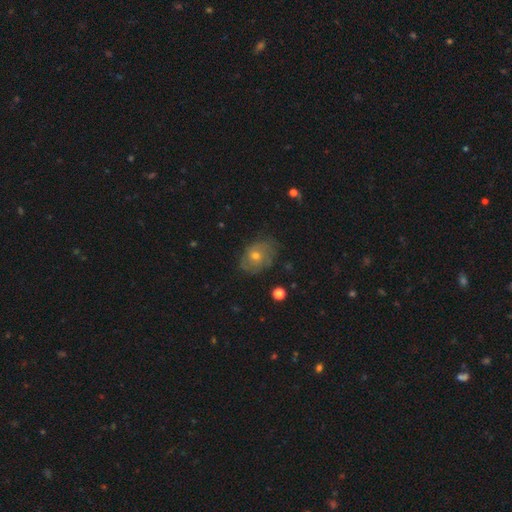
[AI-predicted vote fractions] This appears to be a smooth galaxy with no disk features (46%). Merging: none (64%).